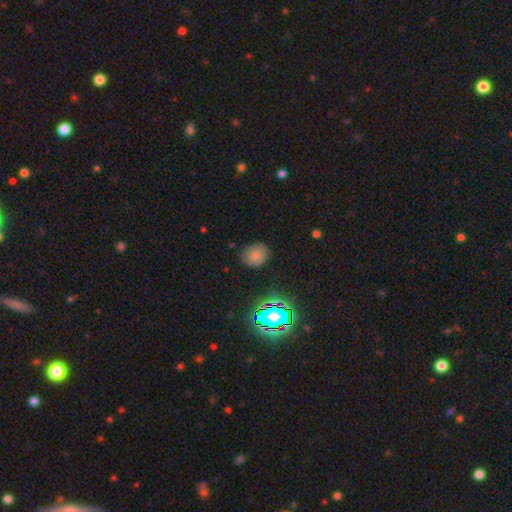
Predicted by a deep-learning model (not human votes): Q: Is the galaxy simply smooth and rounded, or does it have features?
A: smooth — 73%.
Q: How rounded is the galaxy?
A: round — 65%.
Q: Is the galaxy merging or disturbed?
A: none — 78%.